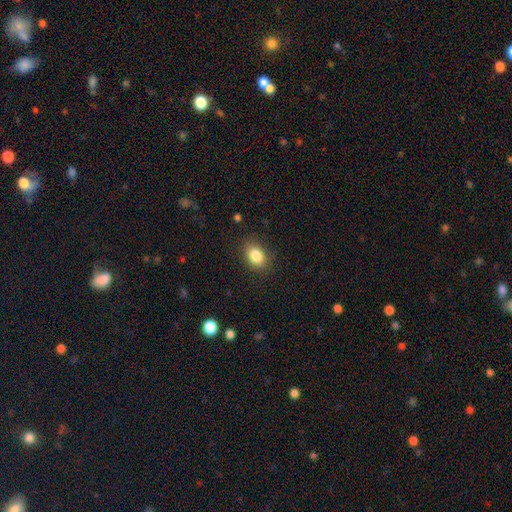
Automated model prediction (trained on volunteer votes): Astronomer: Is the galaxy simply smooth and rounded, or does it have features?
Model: smooth — 85%.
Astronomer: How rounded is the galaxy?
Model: in between — 72%.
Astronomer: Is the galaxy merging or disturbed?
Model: none — 86%.